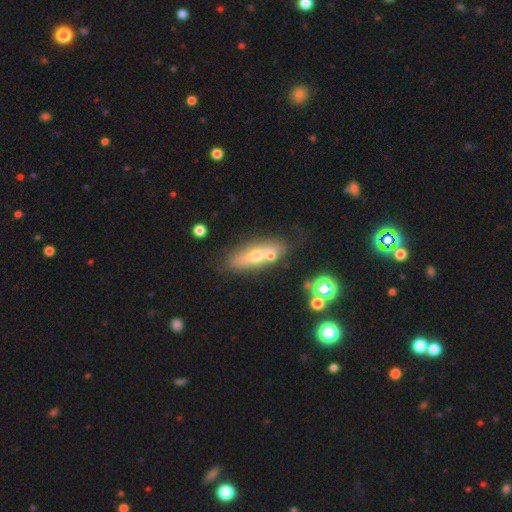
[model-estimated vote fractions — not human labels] This is possibly a smooth galaxy (51%). How rounded: possibly in between (49%). Merging: possibly none (59%).